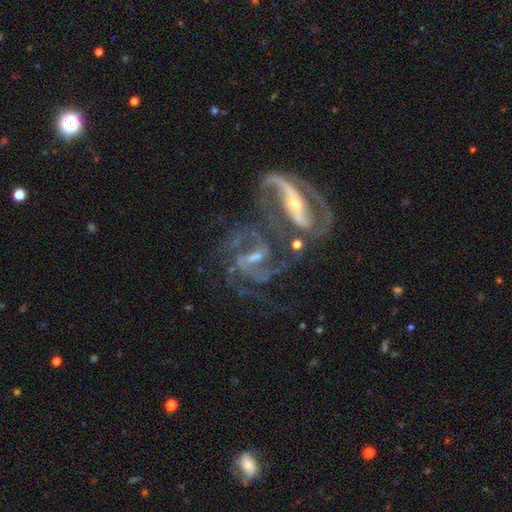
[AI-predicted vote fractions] smooth-or-featured: featured or disk: 82% | star or artifact: 11% | smooth: 8%
  disk-edge-on: no: 90% | yes: 10%
    bar: weak: 36% | strong: 35% | no: 29%
    has-spiral-arms: yes: 88% | no: 12%
      spiral-winding: medium: 43% | tight: 32% | loose: 25%
      spiral-arm-count: 2: 54% | can't tell: 19% | 3: 10% | 1: 7% | 4: 5% | more than 4: 5%
    bulge-size: small: 50% | moderate: 40% | none: 4% | large: 4% | dominant: 2%
  merging: merger: 52% | none: 25% | major disturbance: 12% | minor disturbance: 10%